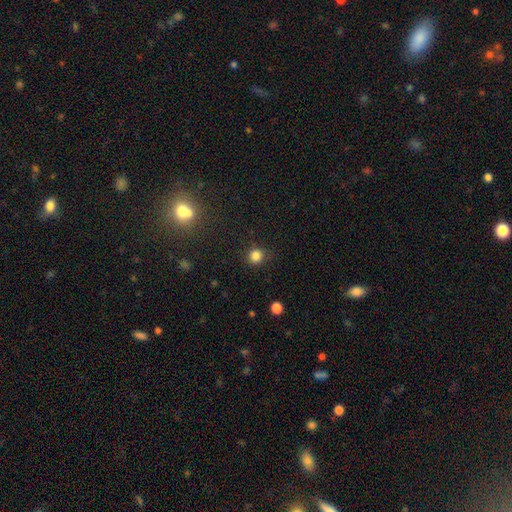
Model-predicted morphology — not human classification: Smooth or featured?
  - smooth: 83% *
  - star or artifact: 13%
  - featured or disk: 4%
How rounded?
  - round: 88% *
  - in between: 11%
  - cigar-shaped: 1%
Merging?
  - none: 84% *
  - minor disturbance: 11%
  - major disturbance: 3%
  - merger: 2%